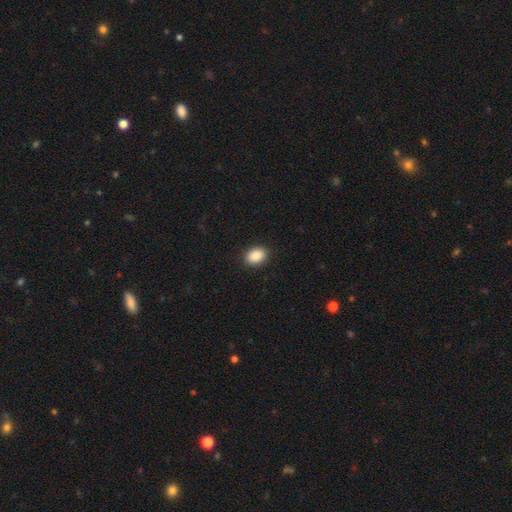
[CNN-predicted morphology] Overall: smooth (88%). How rounded: in between (69%; round 30%). Merging: none (90%).